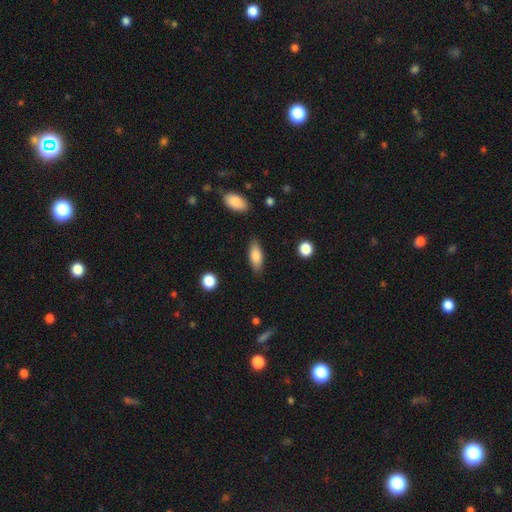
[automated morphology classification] smooth-or-featured: smooth: 81% | featured or disk: 12% | star or artifact: 6%
  how-rounded: in between: 75% | cigar-shaped: 22% | round: 2%
  merging: none: 85% | minor disturbance: 11% | major disturbance: 3% | merger: 2%